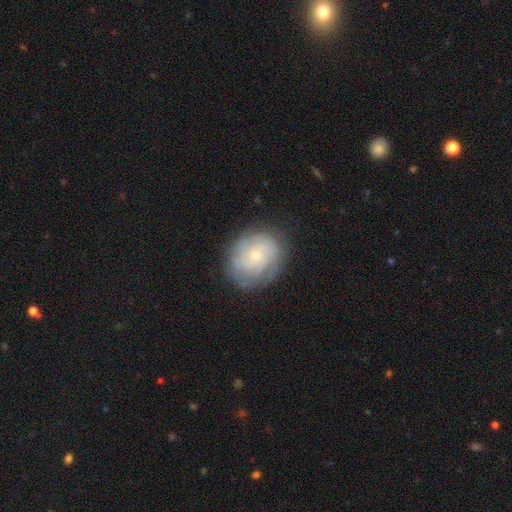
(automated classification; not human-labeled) The model was most divided on "spiral arm count": can't tell: 43%, 2: 20%, 3: 18%, 4: 10%, 1: 5%, more than 4: 5%. More confident: edge-on disk — no (98%); spiral arms — yes (90%); merging — none (78%); bar — no (75%); spiral winding — tight (68%); smooth or featured — featured or disk (68%); bulge size — small (65%).